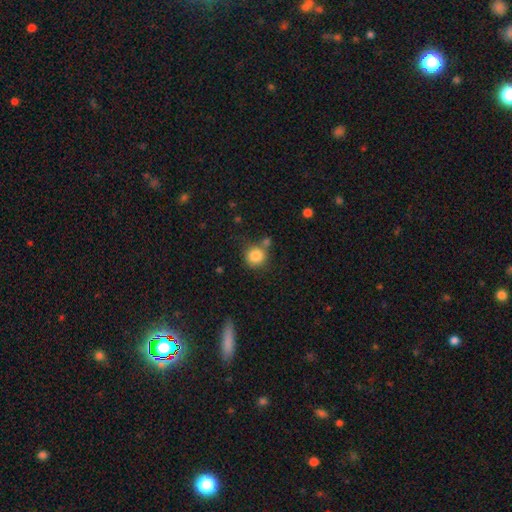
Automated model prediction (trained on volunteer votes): Overall: smooth (84%). How rounded: round (91%). Merging: none (67%).